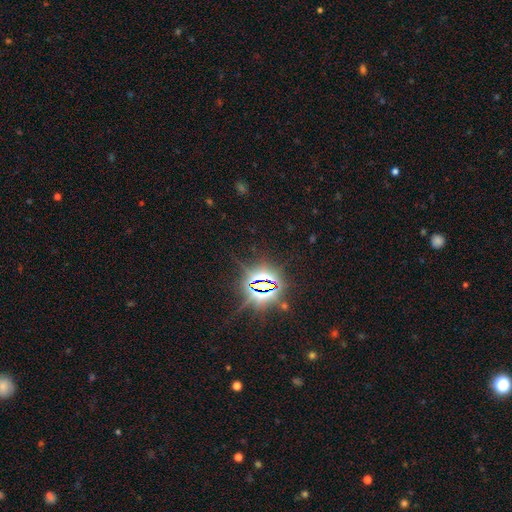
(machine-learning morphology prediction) A star or artifact, not a galaxy (83%).